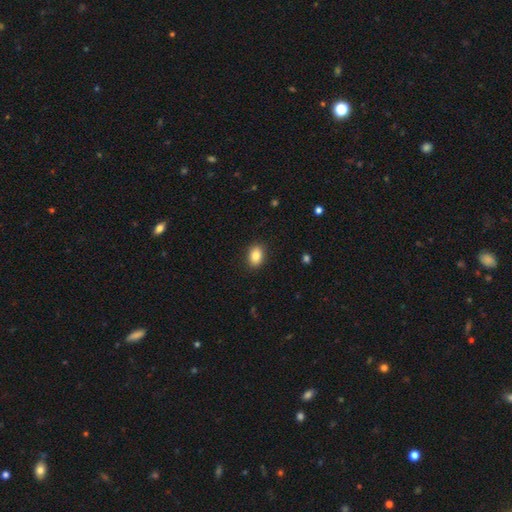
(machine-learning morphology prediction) smooth_or_featured: smooth (p=0.85) [alt: star or artifact p=0.09]
how_rounded: in between (p=0.76) [alt: round p=0.22]
merging: none (p=0.89) [alt: minor disturbance p=0.08]